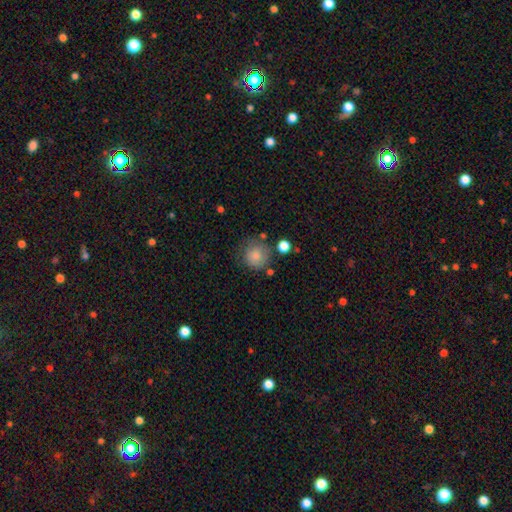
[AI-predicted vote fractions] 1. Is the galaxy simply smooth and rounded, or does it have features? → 82% smooth, 9% featured or disk, 9% star or artifact.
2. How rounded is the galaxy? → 91% round, 8% in between, 1% cigar-shaped.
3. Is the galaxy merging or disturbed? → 67% none, 20% minor disturbance, 7% major disturbance, 6% merger.